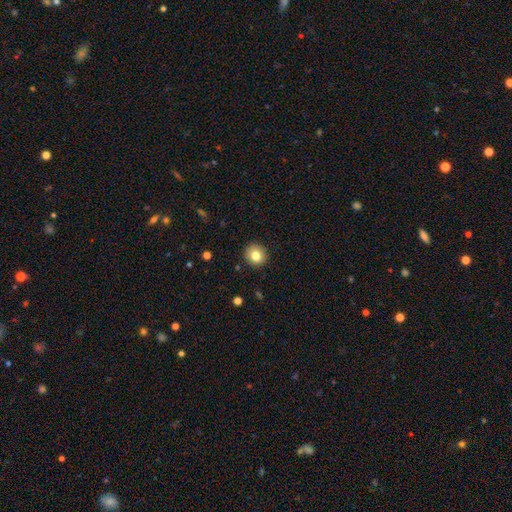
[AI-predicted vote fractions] A smooth galaxy with no disk features (81%) that is round (92%). Merging: none (91%).